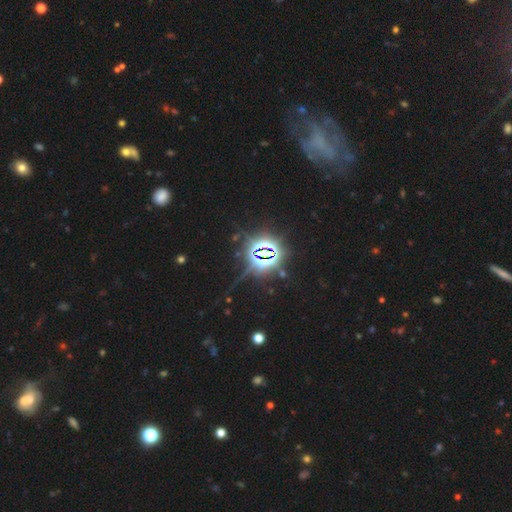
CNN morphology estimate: Smooth or featured? Predicted: star or artifact (p=0.78).